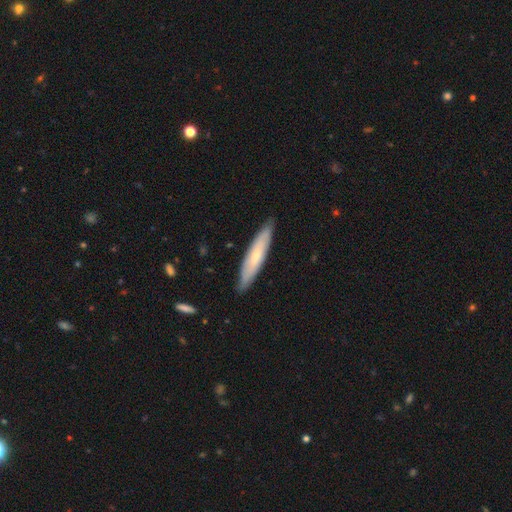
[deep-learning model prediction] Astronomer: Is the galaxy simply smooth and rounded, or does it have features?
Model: smooth — 59% (runner-up: featured or disk, 35%).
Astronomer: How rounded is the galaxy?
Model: cigar-shaped — 87%.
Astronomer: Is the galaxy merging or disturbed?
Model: none — 88%.